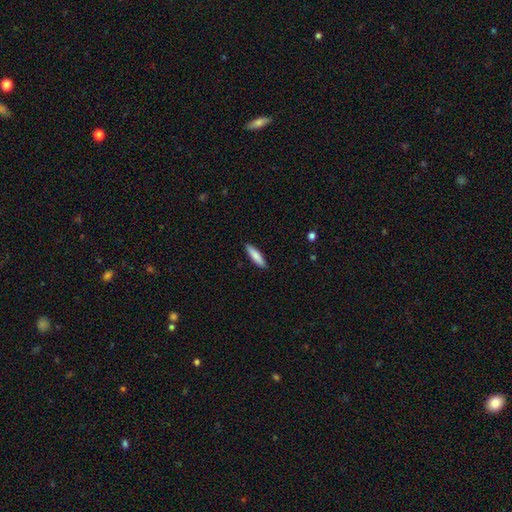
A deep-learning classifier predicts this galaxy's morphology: This appears to be a smooth galaxy with no disk features (83%) that is cigar-shaped (77%). Merging: none (90%).